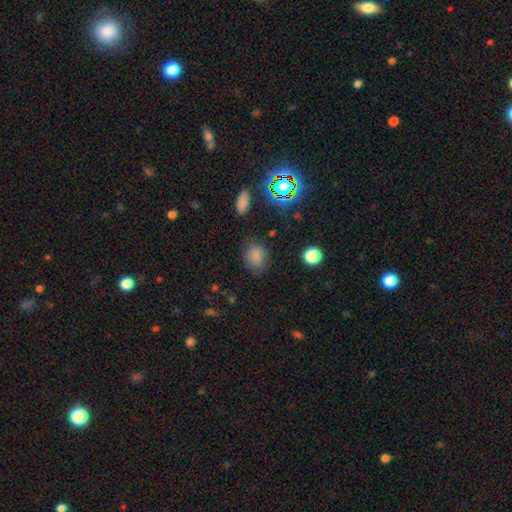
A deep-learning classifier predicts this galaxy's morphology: A smooth galaxy with no disk features (79%) that is round (57%). Merging: none (75%).